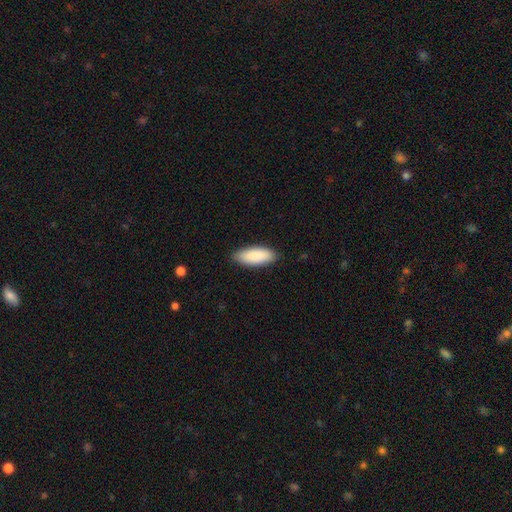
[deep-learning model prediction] Smooth or featured: smooth — 90% (star or artifact — 5%)
How rounded: in between — 78% (cigar-shaped — 20%)
Merging: none — 86% (minor disturbance — 11%)